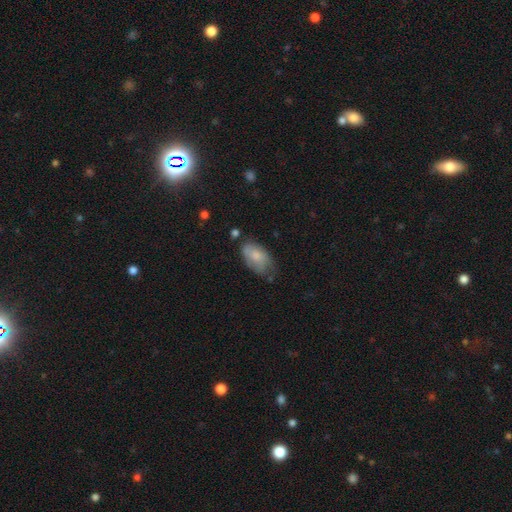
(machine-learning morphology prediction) Smooth or featured?
  - smooth: 74% *
  - featured or disk: 19%
  - star or artifact: 7%
How rounded?
  - in between: 93% *
  - round: 5%
  - cigar-shaped: 2%
Merging?
  - none: 50% *
  - minor disturbance: 35%
  - major disturbance: 11%
  - merger: 4%